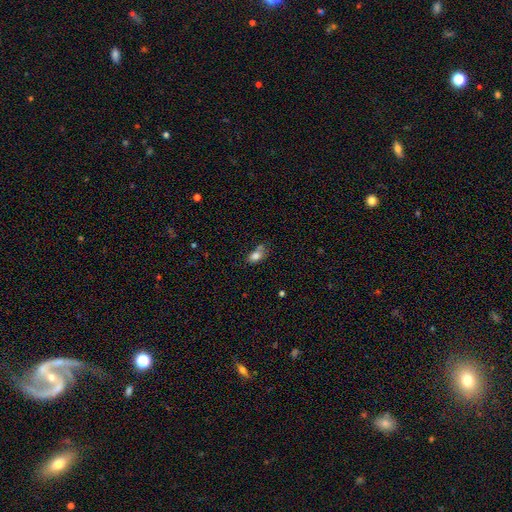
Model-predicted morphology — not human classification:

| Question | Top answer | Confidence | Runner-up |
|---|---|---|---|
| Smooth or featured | smooth | 80% | star or artifact (11%) |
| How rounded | in between | 82% | round (15%) |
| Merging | none | 50% | minor disturbance (23%) |